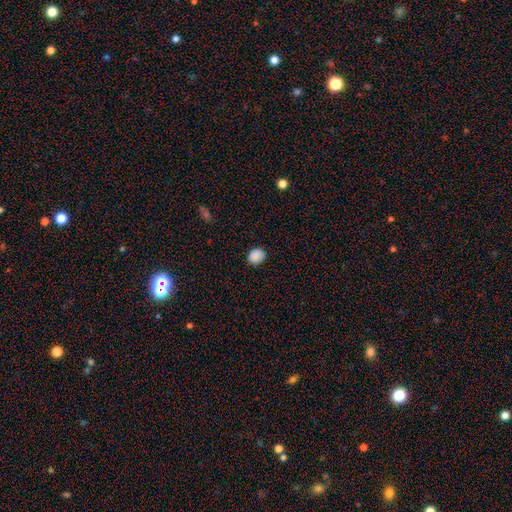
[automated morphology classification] The model was most divided on "how rounded": round: 65%, in between: 34%, cigar-shaped: 1%. More confident: smooth or featured — smooth (88%); merging — none (85%).